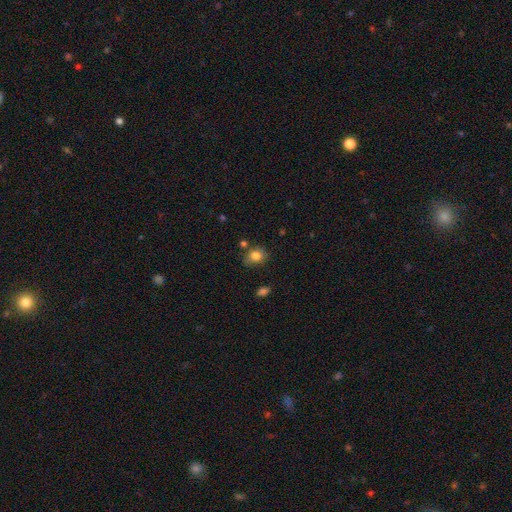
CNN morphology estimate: Smooth or featured? smooth (82%)
How rounded? round (59%)
Merging? none (65%)